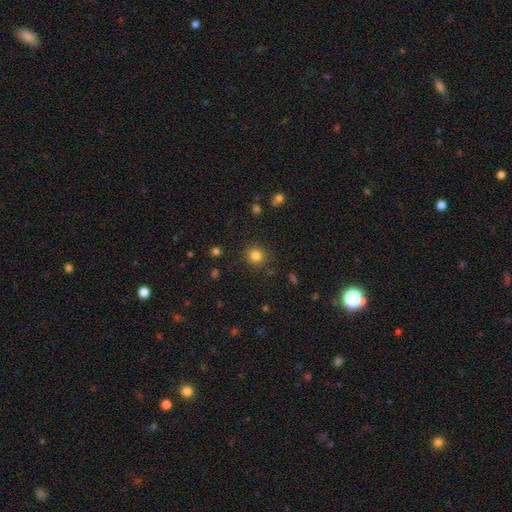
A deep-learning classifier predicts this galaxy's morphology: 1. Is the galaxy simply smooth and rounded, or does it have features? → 82% smooth, 12% star or artifact, 5% featured or disk.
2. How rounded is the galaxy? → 89% round, 10% in between, 1% cigar-shaped.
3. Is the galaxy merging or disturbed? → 88% none, 8% minor disturbance, 3% major disturbance, 2% merger.